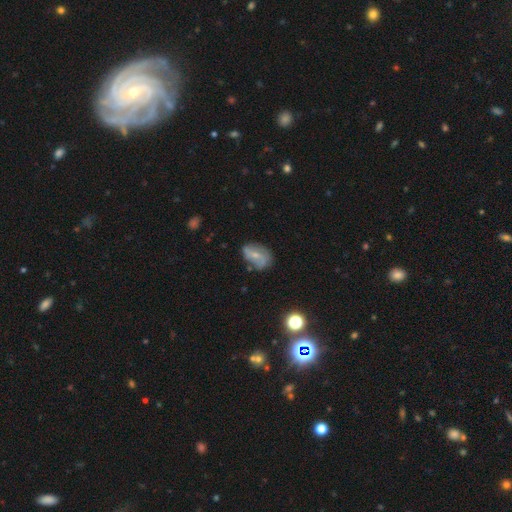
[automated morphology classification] This is possibly a featured or disk galaxy (55%). It is clearly not viewed edge-on (95%). Bar: marginally no (42%). Spiral arm pattern: likely yes (67%). Central bulge: likely small (61%). Merging: possibly none (58%).